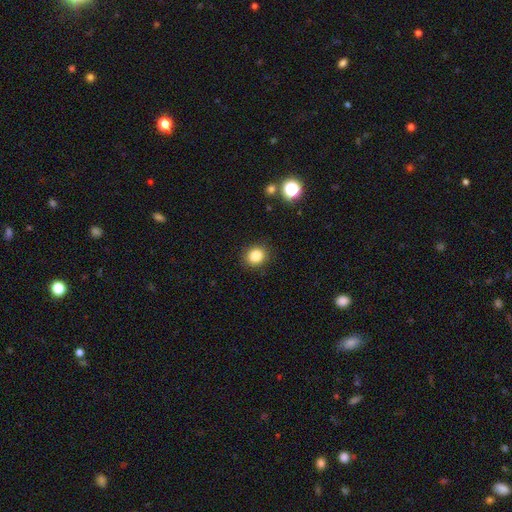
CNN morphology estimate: Smooth or featured?
  - smooth: 85% *
  - star or artifact: 11%
  - featured or disk: 4%
How rounded?
  - round: 76% *
  - in between: 23%
  - cigar-shaped: 1%
Merging?
  - none: 89% *
  - minor disturbance: 7%
  - major disturbance: 2%
  - merger: 1%